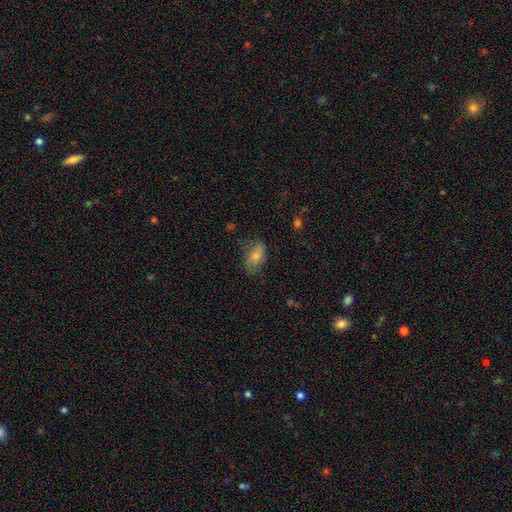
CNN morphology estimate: Smooth or featured: smooth — 72% (featured or disk — 20%)
How rounded: in between — 90% (round — 8%)
Merging: none — 64% (minor disturbance — 25%)